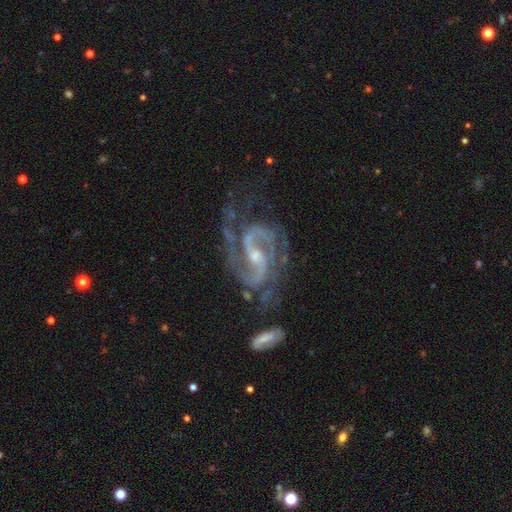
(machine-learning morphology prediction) Smooth or featured?
  - featured or disk: 92% *
  - star or artifact: 5%
  - smooth: 3%
Edge-on disk?
  - no: 97% *
  - yes: 3%
Bar?
  - weak: 49% *
  - strong: 29%
  - no: 22%
Spiral arms?
  - yes: 98% *
  - no: 2%
Spiral winding?
  - medium: 56% *
  - tight: 27%
  - loose: 17%
Spiral arm count?
  - 2: 84% *
  - 3: 6%
  - can't tell: 4%
  - 1: 2%
  - 4: 2%
  - more than 4: 2%
Bulge size?
  - small: 61% *
  - moderate: 34%
  - none: 3%
  - large: 1%
  - dominant: 1%
Merging?
  - none: 52% *
  - minor disturbance: 22%
  - major disturbance: 18%
  - merger: 8%